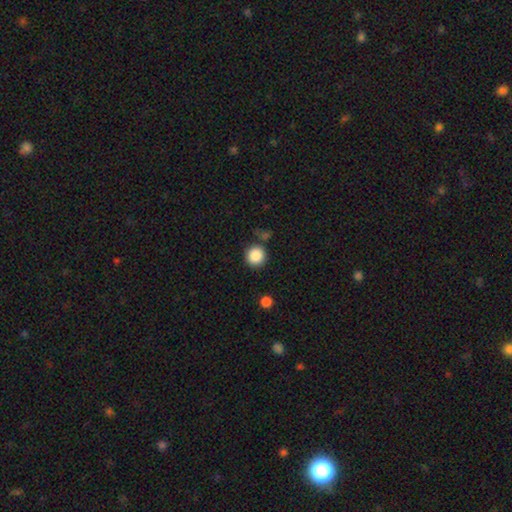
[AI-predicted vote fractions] smooth 87%, star or artifact 9%, featured or disk 4%. Down the decision tree: how rounded — round (93%); merging — none (82%).